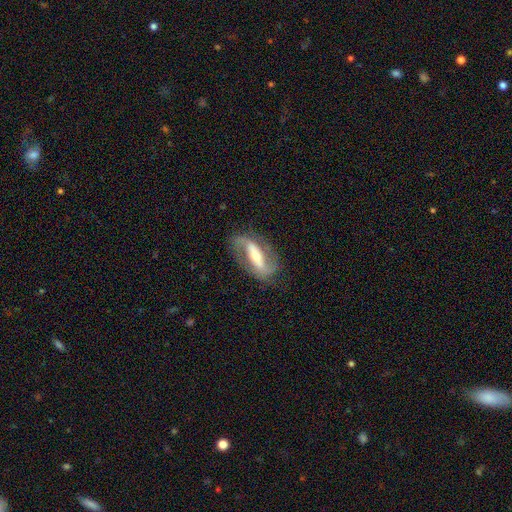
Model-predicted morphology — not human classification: Overall: featured or disk (85%). Edge-on disk: no (92%). Bar: strong (58%; weak 28%). Spiral arms: yes (93%). Spiral arm count: 2 (90%). Spiral winding: loose (41%; medium 40%). Bulge size: moderate (55%; small 35%). Merging: none (78%).